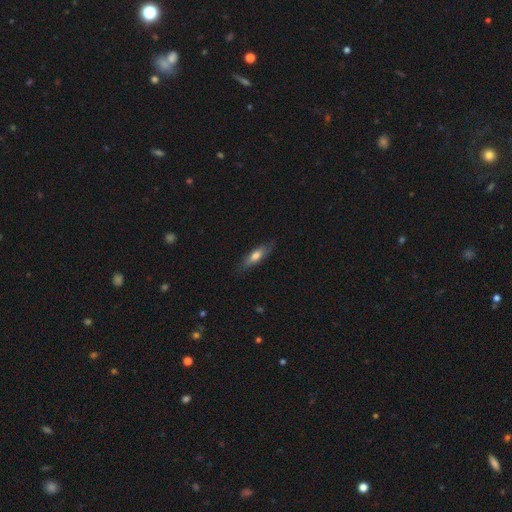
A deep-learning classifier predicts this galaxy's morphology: Smooth or featured? Predicted: smooth (p=0.63). How rounded? Predicted: cigar-shaped (p=0.59). Merging? Predicted: none (p=0.79).